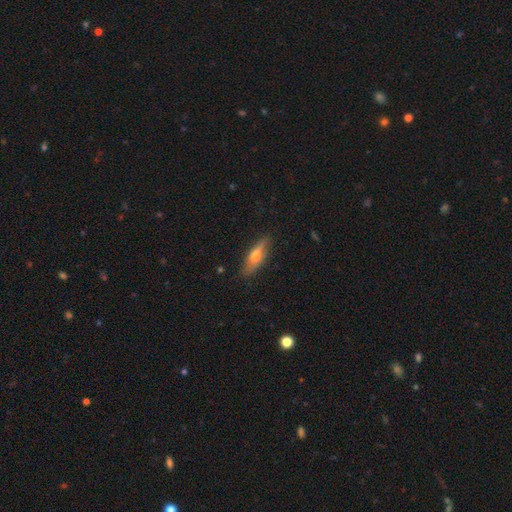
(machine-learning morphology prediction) Smooth or featured? Predicted: smooth (p=0.52). How rounded? Predicted: cigar-shaped (p=0.51). Merging? Predicted: none (p=0.82).